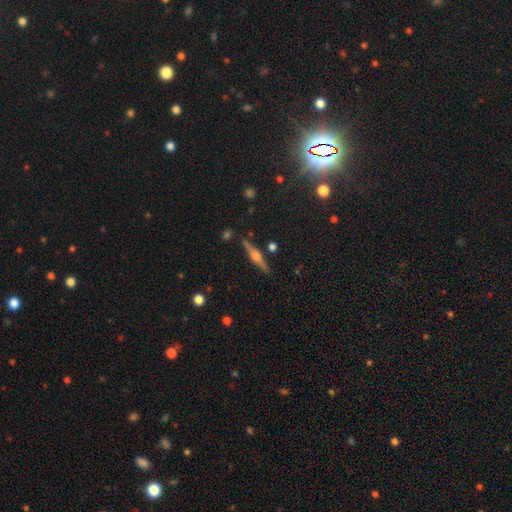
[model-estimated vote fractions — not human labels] Smooth or featured?
  - featured or disk: 72% *
  - smooth: 20%
  - star or artifact: 8%
Edge-on disk?
  - yes: 97% *
  - no: 3%
Edge-on bulge?
  - rounded: 86% *
  - boxy: 10%
  - none: 4%
Merging?
  - none: 88% *
  - minor disturbance: 8%
  - merger: 2%
  - major disturbance: 2%